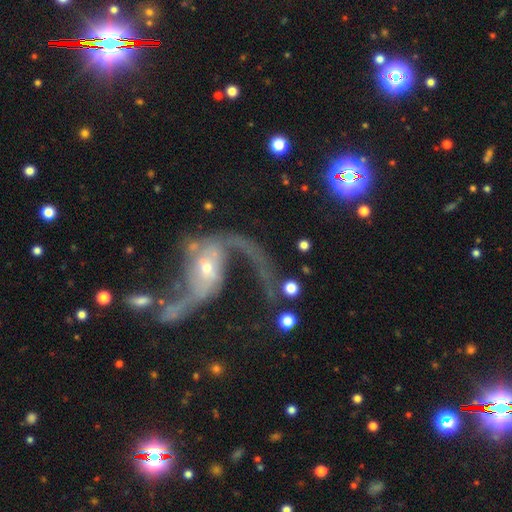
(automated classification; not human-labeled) Overall: featured or disk (85%). Edge-on disk: no (95%). Bar: no (51%; weak 30%). Spiral arms: yes (93%). Spiral arm count: 2 (80%). Spiral winding: loose (71%). Bulge size: small (54%; moderate 38%). Merging: none (38%; major disturbance 31%).